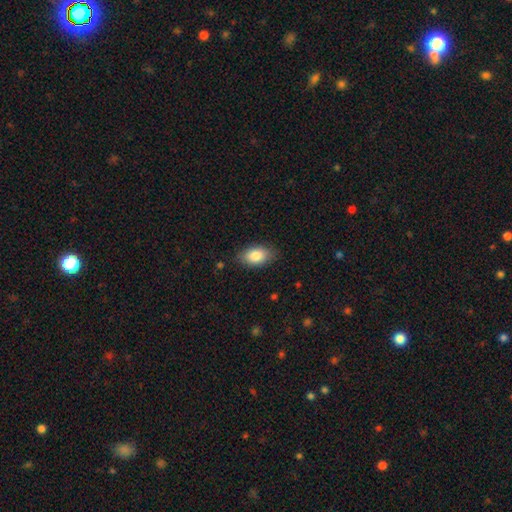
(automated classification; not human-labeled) Smooth or featured? smooth (85%)
How rounded? in between (92%)
Merging? none (83%)